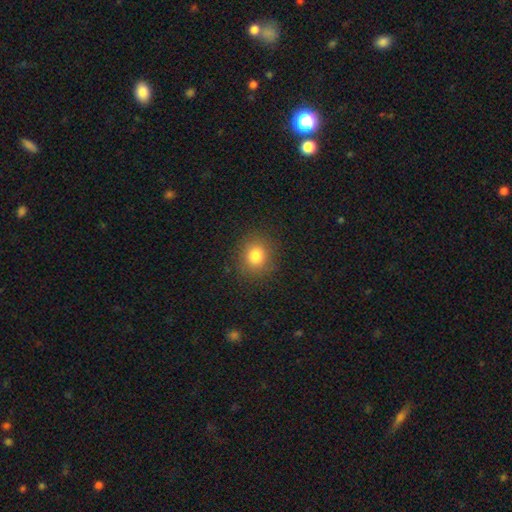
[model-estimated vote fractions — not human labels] Smooth or featured: smooth — 81% (star or artifact — 12%)
How rounded: round — 81% (in between — 18%)
Merging: none — 87% (minor disturbance — 8%)